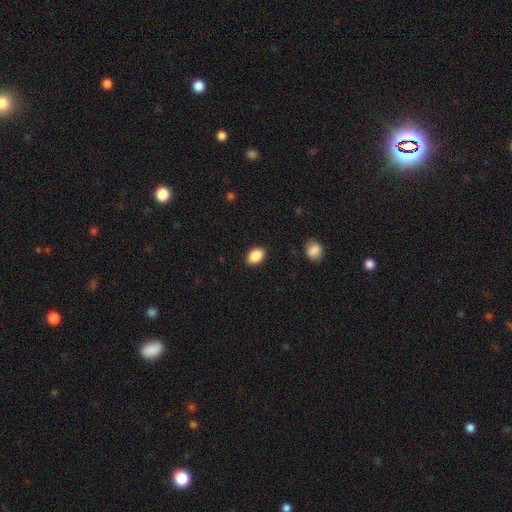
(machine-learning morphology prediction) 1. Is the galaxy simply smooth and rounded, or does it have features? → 88% smooth, 8% star or artifact, 4% featured or disk.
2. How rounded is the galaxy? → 79% in between, 20% round, 1% cigar-shaped.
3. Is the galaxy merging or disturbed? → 88% none, 8% minor disturbance, 2% major disturbance, 1% merger.